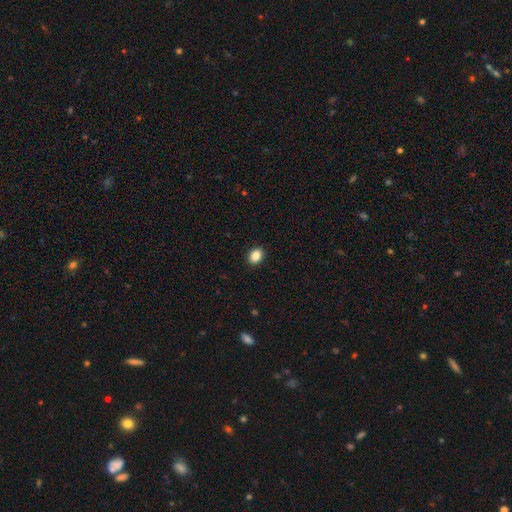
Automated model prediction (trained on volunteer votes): Smooth or featured?
  - smooth: 88% *
  - star or artifact: 9%
  - featured or disk: 3%
How rounded?
  - in between: 58% *
  - round: 41%
  - cigar-shaped: 1%
Merging?
  - none: 91% *
  - minor disturbance: 6%
  - major disturbance: 2%
  - merger: 1%